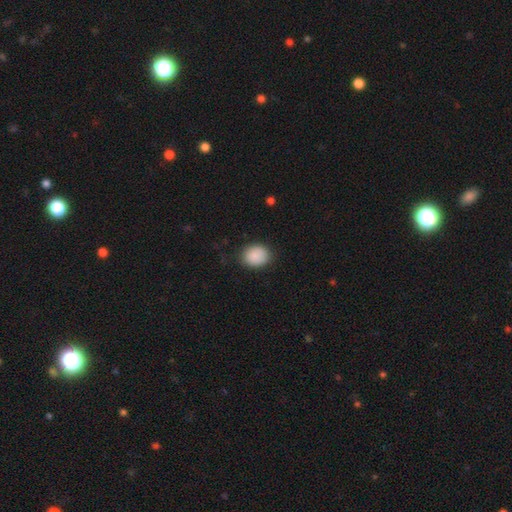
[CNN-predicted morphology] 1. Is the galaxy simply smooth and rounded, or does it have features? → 89% smooth, 7% star or artifact, 4% featured or disk.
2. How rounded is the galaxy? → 56% round, 43% in between, 1% cigar-shaped.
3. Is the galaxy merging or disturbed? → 83% none, 13% minor disturbance, 3% major disturbance, 1% merger.